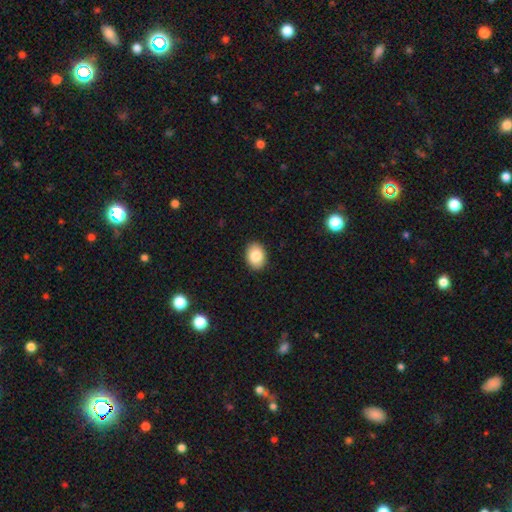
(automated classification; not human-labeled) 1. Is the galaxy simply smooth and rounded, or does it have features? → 86% smooth, 8% star or artifact, 6% featured or disk.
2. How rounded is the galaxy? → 76% in between, 23% round, 1% cigar-shaped.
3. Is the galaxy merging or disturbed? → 90% none, 7% minor disturbance, 2% major disturbance, 1% merger.